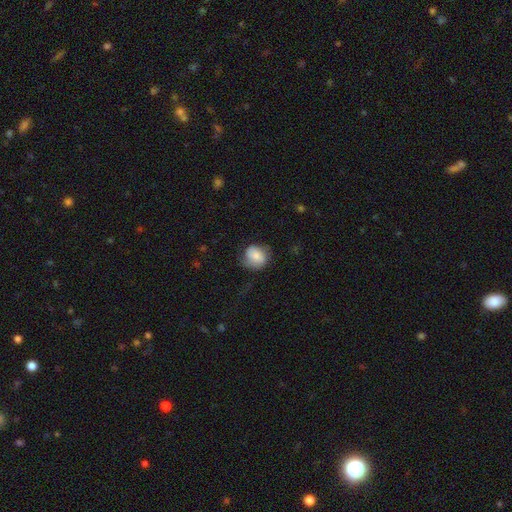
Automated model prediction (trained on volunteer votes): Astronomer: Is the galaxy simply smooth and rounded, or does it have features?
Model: smooth — 76%.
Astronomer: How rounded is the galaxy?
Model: round — 69%.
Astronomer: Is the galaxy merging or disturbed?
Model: none — 59%.